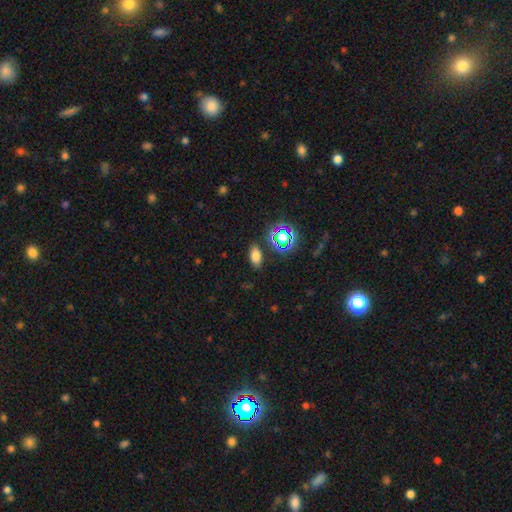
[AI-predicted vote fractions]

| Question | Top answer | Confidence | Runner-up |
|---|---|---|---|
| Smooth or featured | smooth | 73% | star or artifact (20%) |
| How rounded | in between | 87% | round (9%) |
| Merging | none | 85% | minor disturbance (9%) |